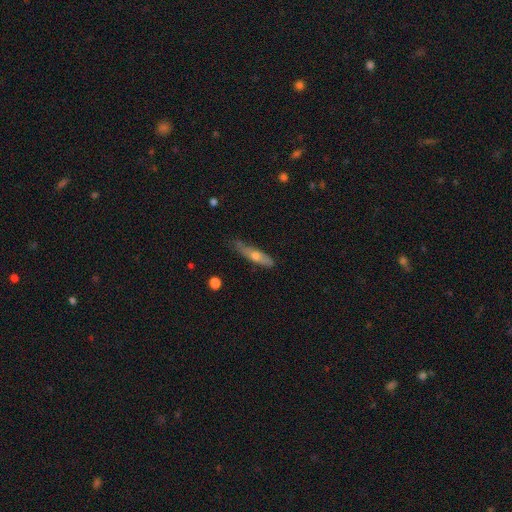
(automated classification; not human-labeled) Q: Smooth or featured?
A: featured or disk (51%); runner-up: smooth (41%)
Q: Edge-on disk?
A: yes (80%); runner-up: no (20%)
Q: Merging?
A: none (76%); runner-up: minor disturbance (19%)